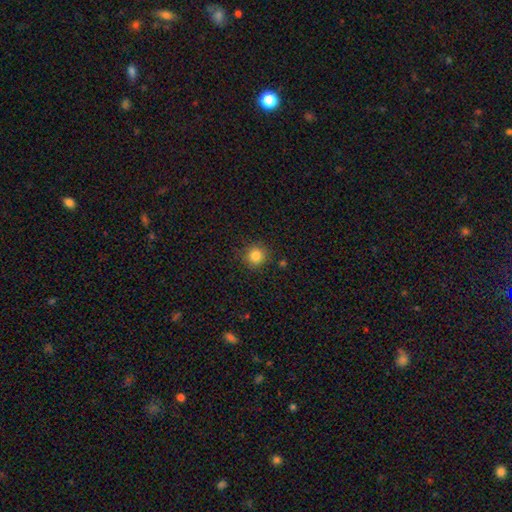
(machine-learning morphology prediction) Smooth or featured: smooth — 84% (star or artifact — 11%)
How rounded: round — 92% (in between — 7%)
Merging: none — 87% (minor disturbance — 9%)